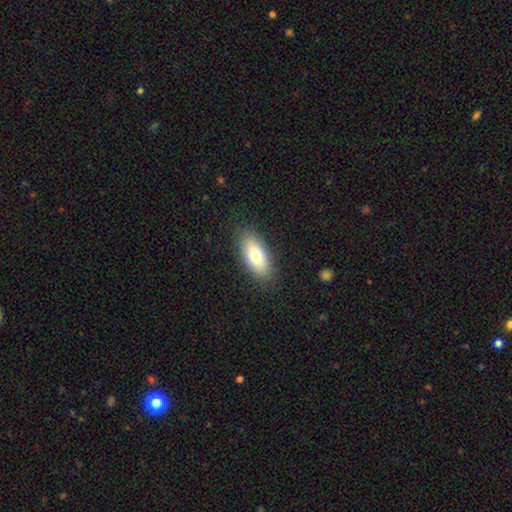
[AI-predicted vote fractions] Morphology: type=smooth (73%); roundness=in between (86%); merging=none (86%).